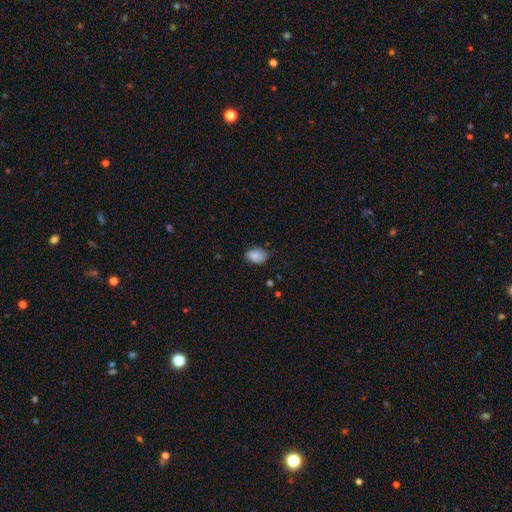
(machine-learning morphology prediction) The model was most divided on "merging": none: 75%, minor disturbance: 21%, major disturbance: 4%, merger: 1%. More confident: smooth or featured — smooth (87%); how rounded — in between (85%).